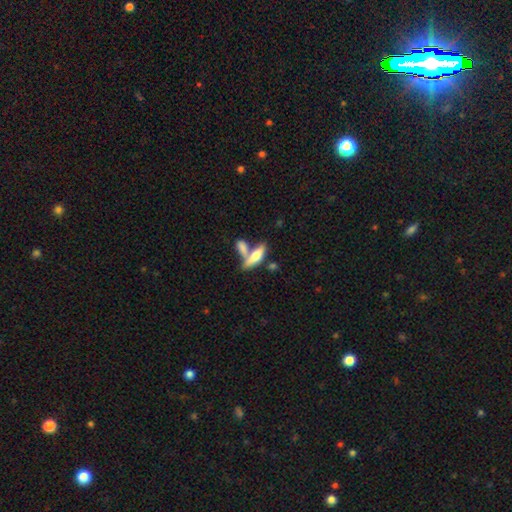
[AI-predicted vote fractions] A smooth galaxy with no disk features (64%) that is in between round and cigar-shaped (52%). Merging: merger (48%).